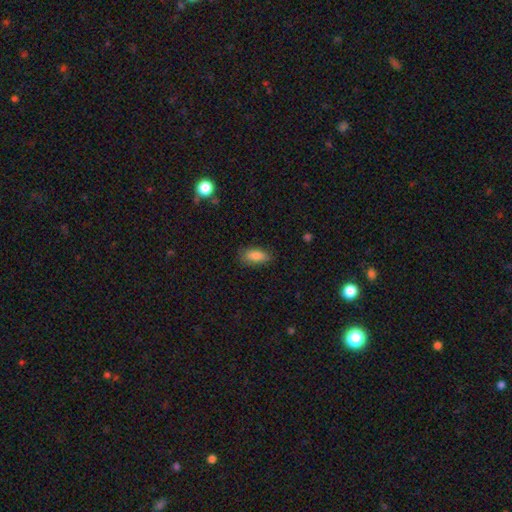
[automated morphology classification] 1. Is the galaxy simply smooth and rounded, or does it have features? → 83% smooth, 9% featured or disk, 8% star or artifact.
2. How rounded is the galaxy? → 85% in between, 11% cigar-shaped, 4% round.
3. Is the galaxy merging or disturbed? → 80% none, 15% minor disturbance, 3% major disturbance, 1% merger.